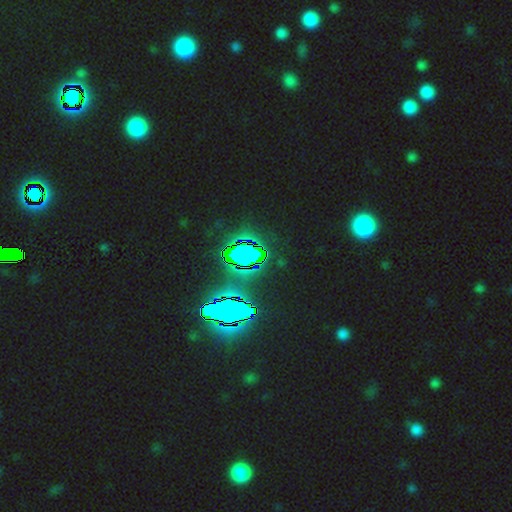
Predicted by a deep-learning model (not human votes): This appears to be a star or artifact, not a galaxy (83%).